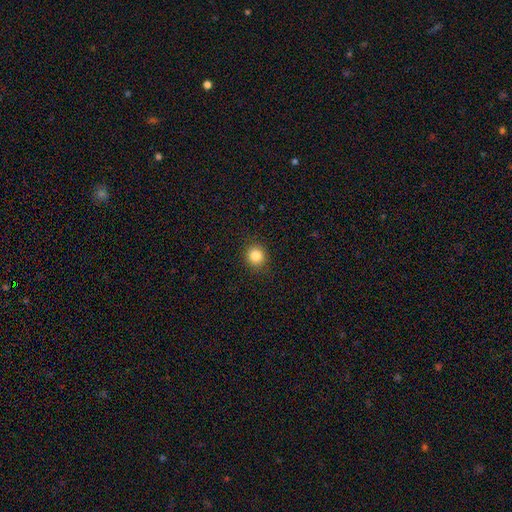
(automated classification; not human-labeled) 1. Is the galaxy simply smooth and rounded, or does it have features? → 84% smooth, 11% star or artifact, 5% featured or disk.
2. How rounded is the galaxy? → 87% round, 12% in between, 1% cigar-shaped.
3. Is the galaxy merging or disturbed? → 90% none, 7% minor disturbance, 2% major disturbance, 1% merger.